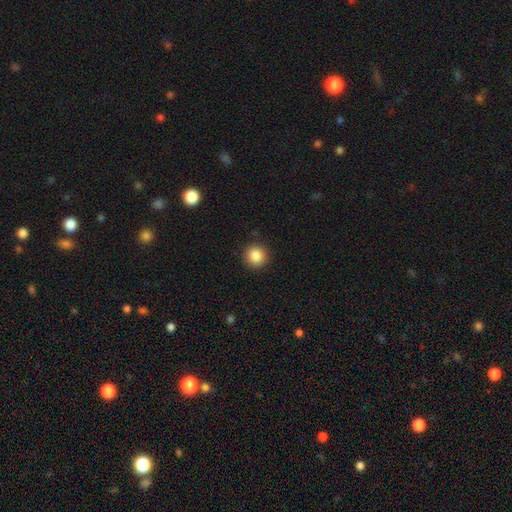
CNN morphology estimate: Q: Smooth or featured?
A: smooth (87%); runner-up: star or artifact (9%)
Q: How rounded?
A: round (93%); runner-up: in between (6%)
Q: Merging?
A: none (91%); runner-up: minor disturbance (6%)